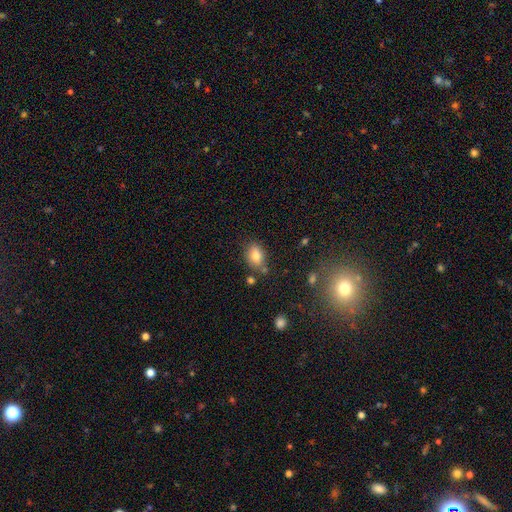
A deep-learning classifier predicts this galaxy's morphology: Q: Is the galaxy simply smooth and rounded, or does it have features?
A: smooth — 78%.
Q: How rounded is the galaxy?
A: in between — 78%.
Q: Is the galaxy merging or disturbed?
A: none — 74%.